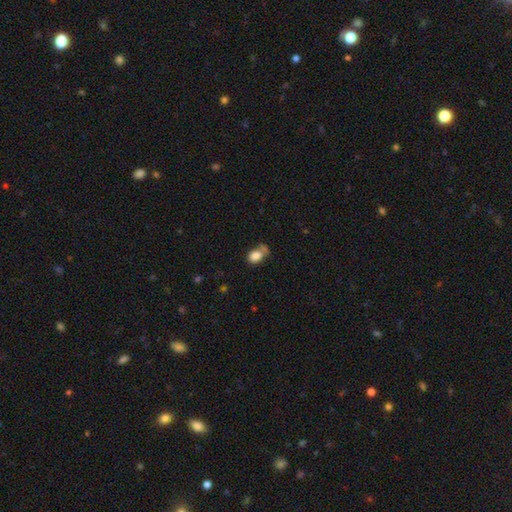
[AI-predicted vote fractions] Q: Smooth or featured?
A: smooth (84%); runner-up: star or artifact (9%)
Q: How rounded?
A: in between (77%); runner-up: round (22%)
Q: Merging?
A: none (42%); runner-up: merger (23%)